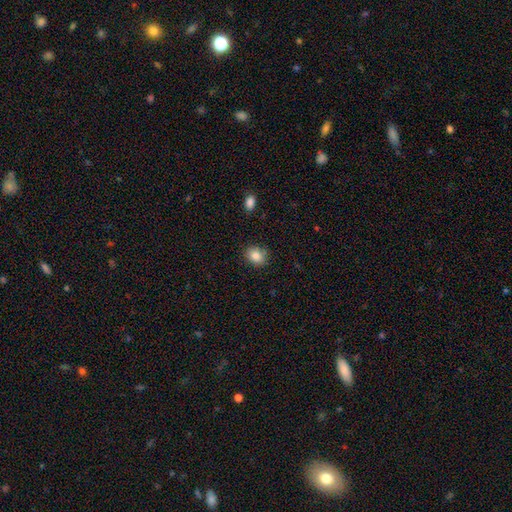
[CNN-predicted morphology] A smooth galaxy with no disk features (85%) that is in between round and cigar-shaped (51%). Merging: none (83%).